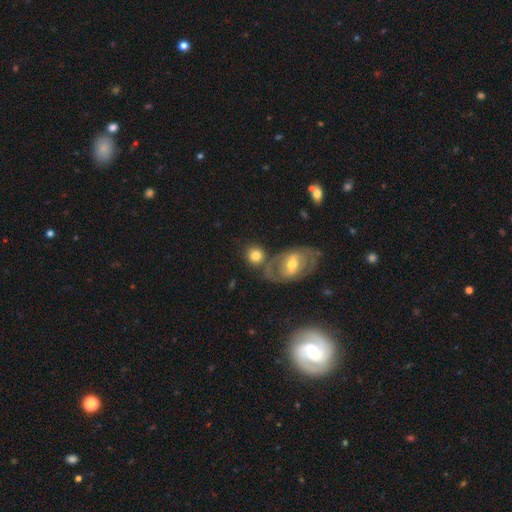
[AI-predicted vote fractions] This is likely a smooth galaxy (72%). How rounded: likely round (80%). Merging: possibly none (55%).